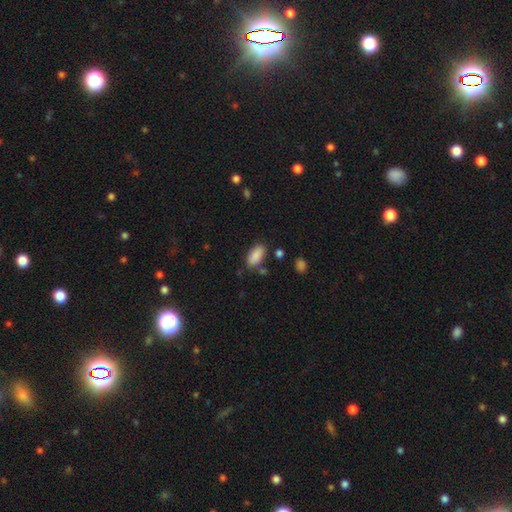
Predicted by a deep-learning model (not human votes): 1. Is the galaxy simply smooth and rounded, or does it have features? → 87% smooth, 8% star or artifact, 5% featured or disk.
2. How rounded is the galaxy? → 91% in between, 6% cigar-shaped, 3% round.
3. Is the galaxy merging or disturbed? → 71% none, 17% minor disturbance, 8% merger, 5% major disturbance.